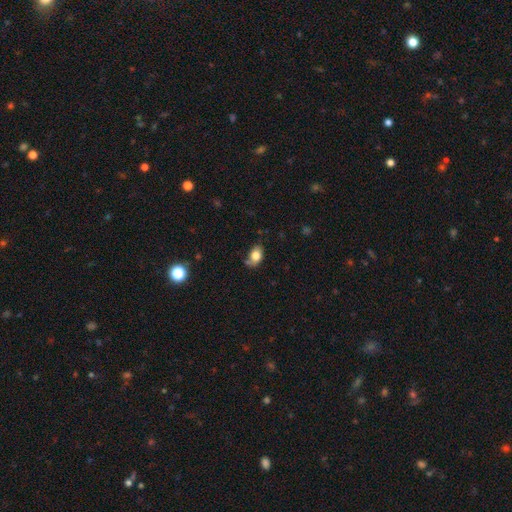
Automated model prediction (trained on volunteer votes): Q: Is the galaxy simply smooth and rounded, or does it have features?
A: smooth — 78%.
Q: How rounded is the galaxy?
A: in between — 81%.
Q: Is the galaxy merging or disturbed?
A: none — 60%.